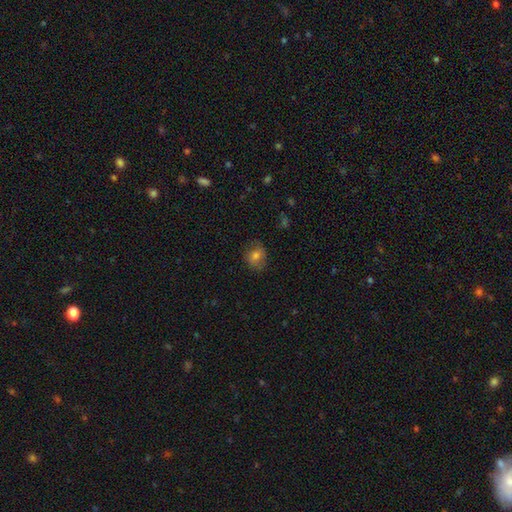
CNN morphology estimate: smooth_or_featured: smooth (p=0.74) [alt: featured or disk p=0.14]
how_rounded: round (p=0.63) [alt: in between p=0.36]
merging: none (p=0.75) [alt: minor disturbance p=0.18]